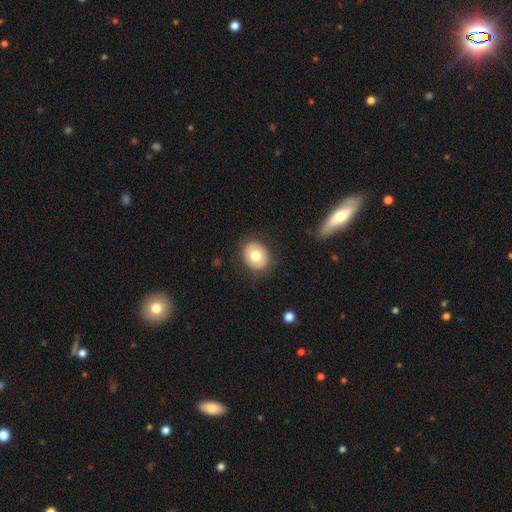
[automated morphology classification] type=smooth (70%); roundness=round (72%); merging=none (86%).